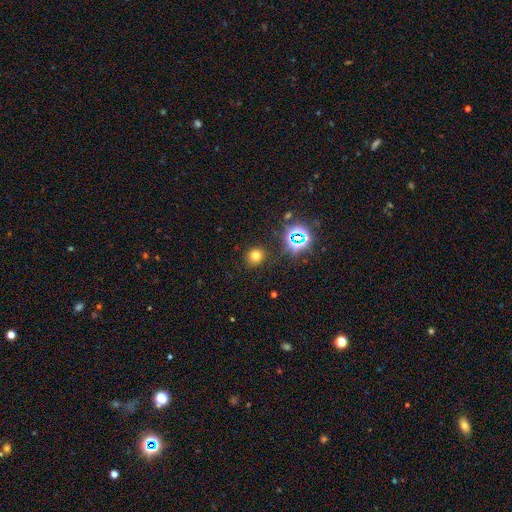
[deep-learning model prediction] This appears to be a smooth galaxy with no disk features (69%) that is round (84%). Merging: none (88%).